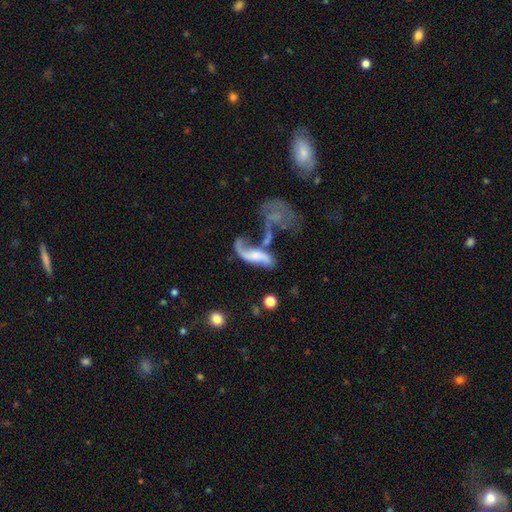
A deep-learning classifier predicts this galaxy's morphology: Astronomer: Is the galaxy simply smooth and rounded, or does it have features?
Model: featured or disk — 72%.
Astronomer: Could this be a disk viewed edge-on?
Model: no — 92%.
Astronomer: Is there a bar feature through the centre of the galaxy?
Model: no — 55% (runner-up: weak, 32%).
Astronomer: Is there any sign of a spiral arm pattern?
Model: yes — 85%.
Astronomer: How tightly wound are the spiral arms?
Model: loose — 85%.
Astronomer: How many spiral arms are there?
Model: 2 — 79%.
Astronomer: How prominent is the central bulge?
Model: small — 36% (runner-up: moderate, 29%).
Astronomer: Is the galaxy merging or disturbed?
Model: merger — 36% (runner-up: none, 27%).